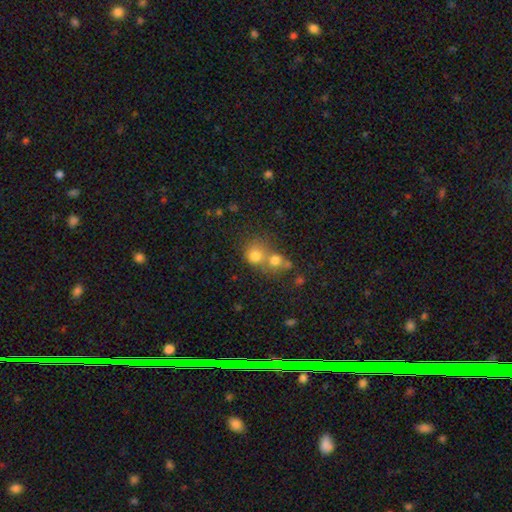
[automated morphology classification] A smooth galaxy with no disk features (75%) that is round (78%).

Vote fractions:
- Smooth or featured? smooth: 75% / star or artifact: 13% / featured or disk: 12%
- How rounded? round: 78% / in between: 21% / cigar-shaped: 1%
- Merging? merger: 57% / none: 32% / minor disturbance: 7% / major disturbance: 4%